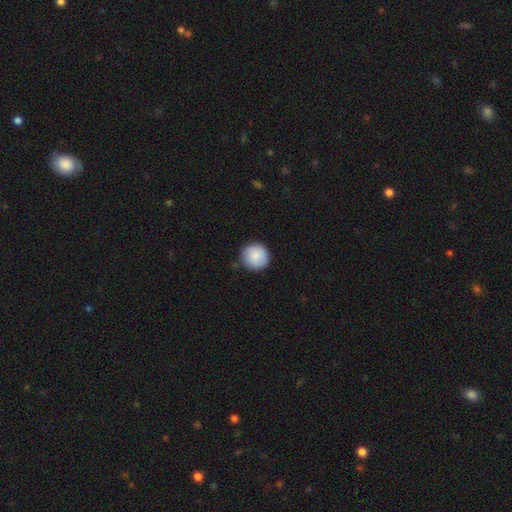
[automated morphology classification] This appears to be a smooth galaxy with no disk features (85%) that is round (94%). Merging: none (84%).